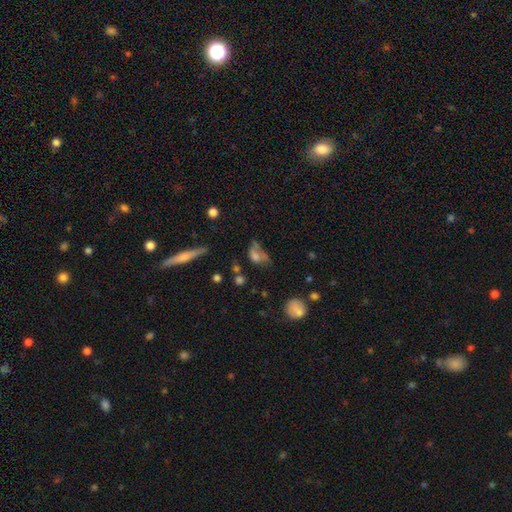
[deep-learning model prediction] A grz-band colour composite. It shows a smooth galaxy with no disk features (58%) that is in between round and cigar-shaped (74%). Merging: major disturbance (29%).